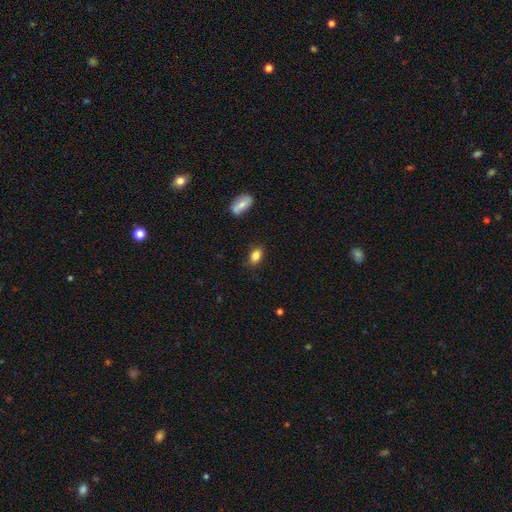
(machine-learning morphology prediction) smooth_or_featured: smooth (p=0.85) [alt: star or artifact p=0.08]
how_rounded: in between (p=0.85) [alt: round p=0.13]
merging: none (p=0.83) [alt: minor disturbance p=0.13]